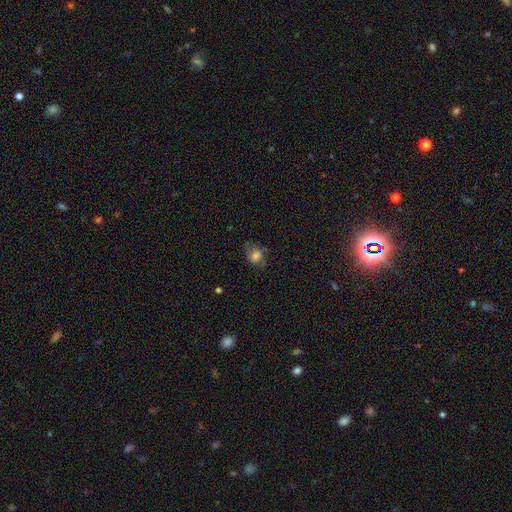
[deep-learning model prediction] smooth-or-featured: smooth: 55% | featured or disk: 32% | star or artifact: 14%
  how-rounded: in between: 53% | round: 45% | cigar-shaped: 2%
  merging: none: 55% | minor disturbance: 25% | major disturbance: 18% | merger: 2%